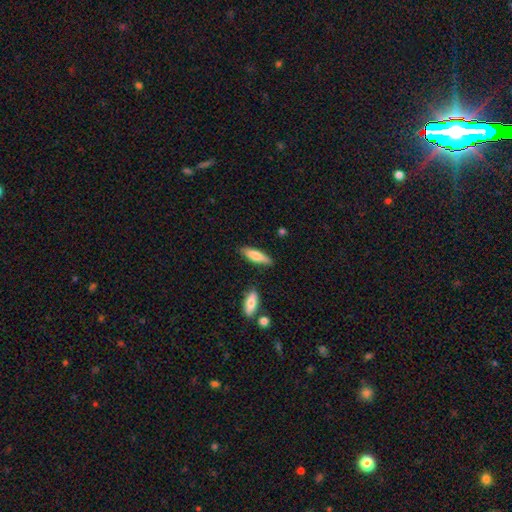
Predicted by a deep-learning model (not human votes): Smooth or featured? smooth (75%)
How rounded? cigar-shaped (59%)
Merging? none (80%)